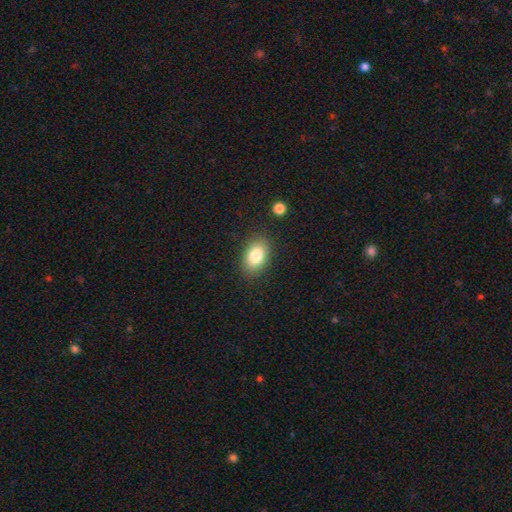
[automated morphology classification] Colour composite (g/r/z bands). It shows a smooth galaxy with no disk features (80%) that is in between round and cigar-shaped (85%). Merging: none (86%).